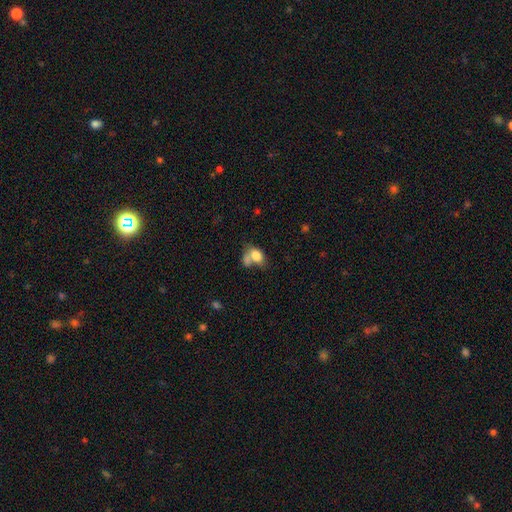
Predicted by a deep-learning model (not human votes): This is likely a smooth galaxy (78%). How rounded: likely in between (77%). Merging: possibly merger (46%).